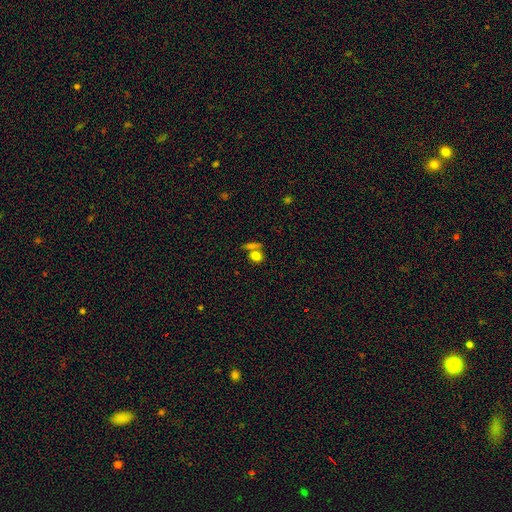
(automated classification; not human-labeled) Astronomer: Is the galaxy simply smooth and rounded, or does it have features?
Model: smooth — 77%.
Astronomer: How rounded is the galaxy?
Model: round — 60% (runner-up: in between, 36%).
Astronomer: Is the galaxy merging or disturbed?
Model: none — 51% (runner-up: merger, 33%).